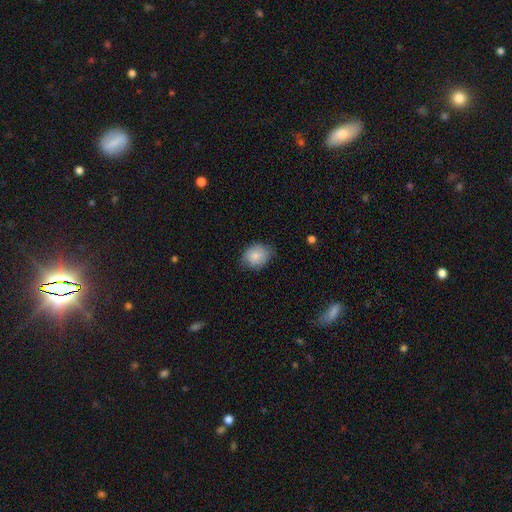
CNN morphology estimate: Smooth or featured? Predicted: smooth (p=0.78). How rounded? Predicted: round (p=0.54). Merging? Predicted: none (p=0.69).